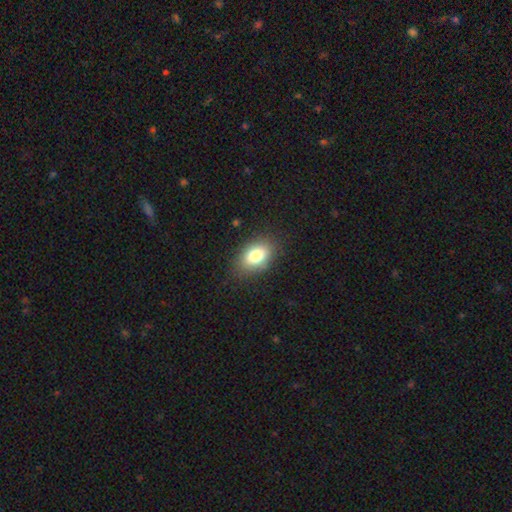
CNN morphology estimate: Overall: smooth (81%). How rounded: in between (88%). Merging: none (84%).